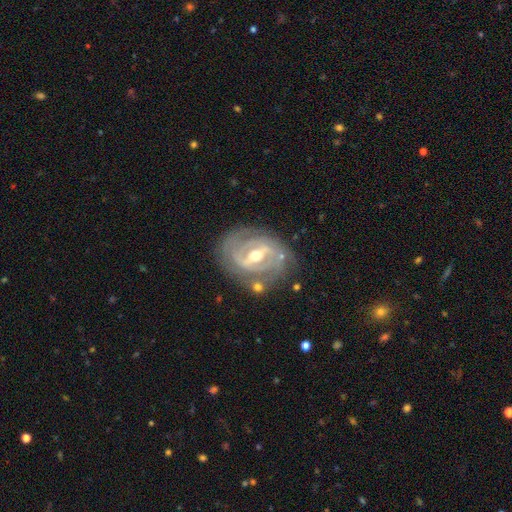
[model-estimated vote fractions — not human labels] Smooth or featured: featured or disk — 89% (smooth — 6%)
Edge-on disk: no — 95% (yes — 5%)
Bar: strong — 60% (weak — 32%)
Spiral arms: yes — 91% (no — 9%)
Spiral winding: tight — 65% (medium — 28%)
Spiral arm count: 2 — 47% (can't tell — 21%)
Bulge size: moderate — 70% (small — 24%)
Merging: none — 75% (minor disturbance — 16%)